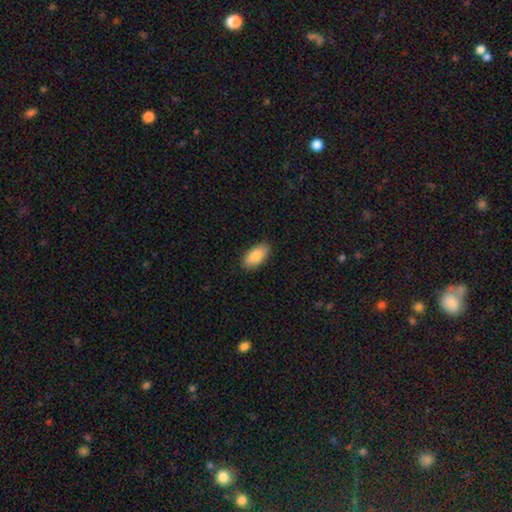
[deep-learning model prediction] The model was most divided on "smooth or featured": smooth: 86%, featured or disk: 8%, star or artifact: 6%. More confident: how rounded — in between (94%); merging — none (88%).